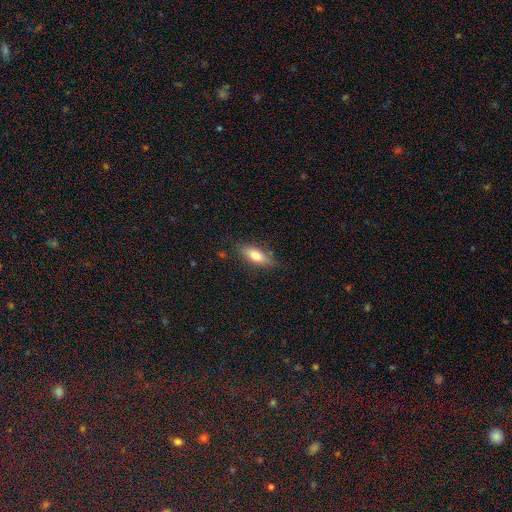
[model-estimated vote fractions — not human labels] The model was most divided on "how rounded": in between: 69%, cigar-shaped: 29%, round: 3%. More confident: merging — none (80%); smooth or featured — smooth (72%).